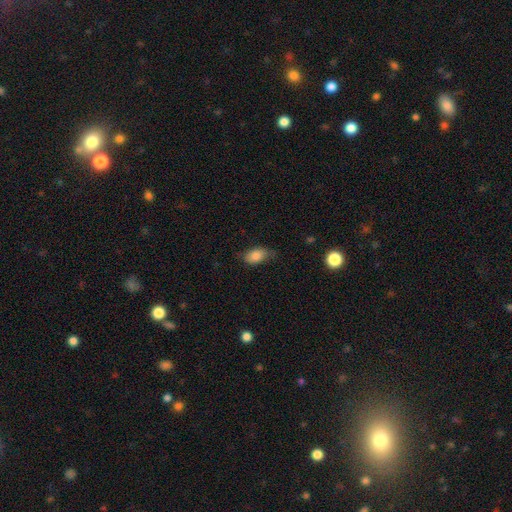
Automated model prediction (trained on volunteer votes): Smooth or featured: smooth — 82% (featured or disk — 10%)
How rounded: in between — 90% (round — 8%)
Merging: none — 65% (minor disturbance — 27%)